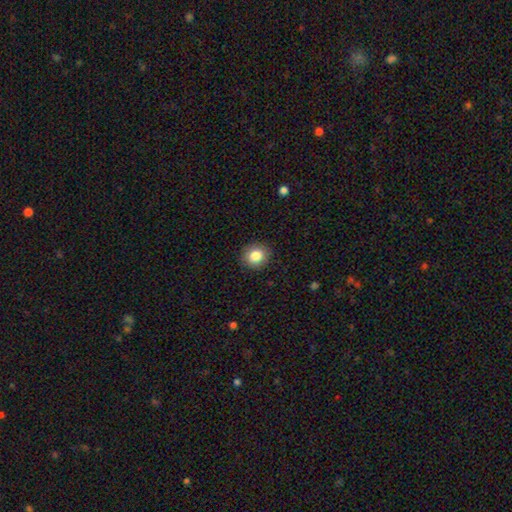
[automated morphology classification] This is clearly a smooth galaxy (85%). How rounded: likely round (79%). Merging: clearly none (90%).